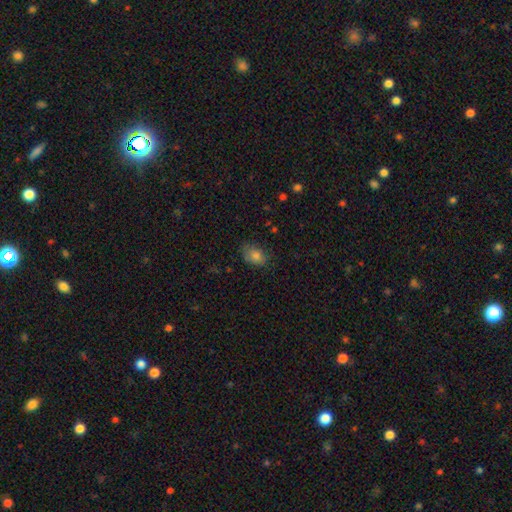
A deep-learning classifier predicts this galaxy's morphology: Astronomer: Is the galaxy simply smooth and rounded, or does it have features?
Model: smooth — 80%.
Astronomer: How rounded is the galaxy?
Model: in between — 77%.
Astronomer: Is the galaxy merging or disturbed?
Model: none — 70%.